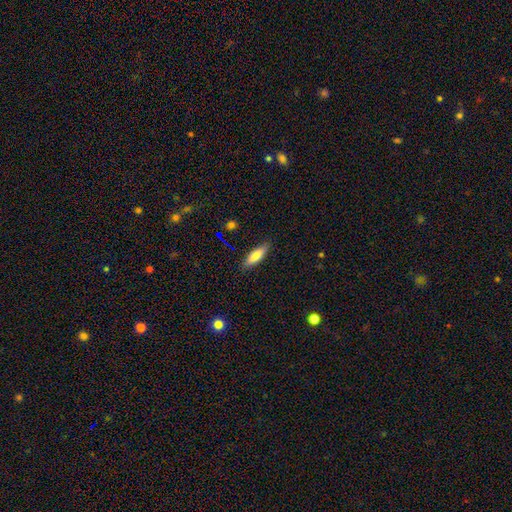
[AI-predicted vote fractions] A smooth galaxy with no disk features (77%) that is cigar-shaped (51%).

Vote fractions:
- Smooth or featured? smooth: 77% / featured or disk: 16% / star or artifact: 6%
- How rounded? cigar-shaped: 51% / in between: 47% / round: 2%
- Merging? none: 87% / minor disturbance: 10% / major disturbance: 2% / merger: 1%